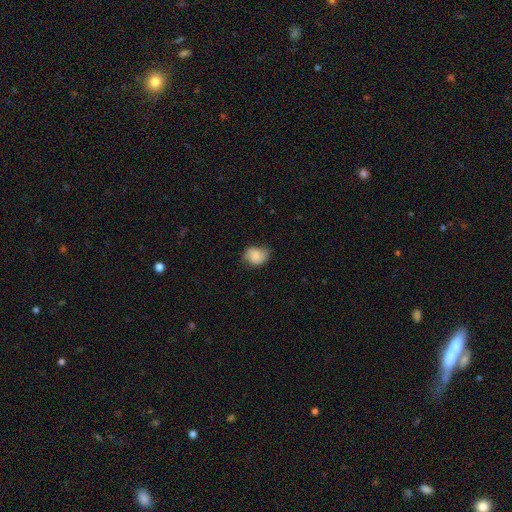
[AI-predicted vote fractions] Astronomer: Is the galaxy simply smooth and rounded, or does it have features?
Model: smooth — 82%.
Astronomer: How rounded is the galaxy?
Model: in between — 51% (runner-up: round, 48%).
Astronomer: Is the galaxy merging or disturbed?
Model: none — 61%.